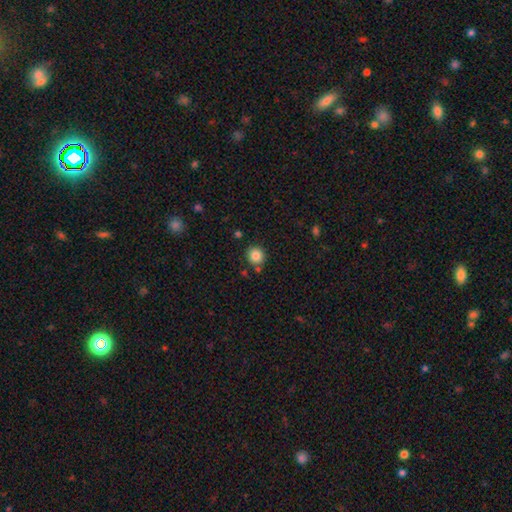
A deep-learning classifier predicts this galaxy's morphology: type=smooth (85%); roundness=round (89%); merging=none (81%).